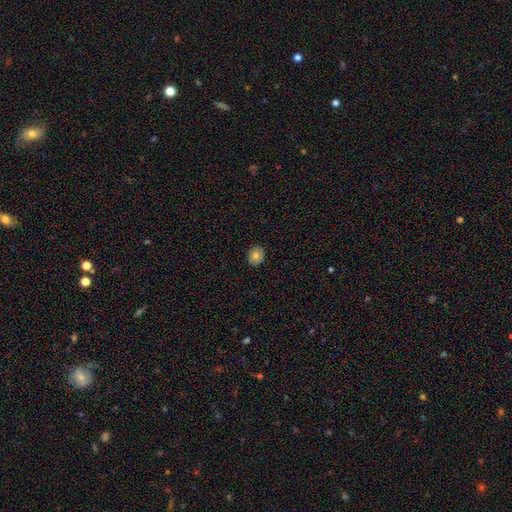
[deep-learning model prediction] smooth 77%, featured or disk 14%, star or artifact 9%. Down the decision tree: how rounded — round (67%); merging — none (90%).